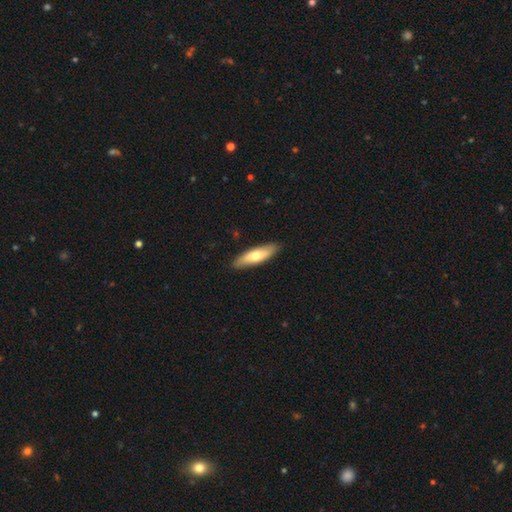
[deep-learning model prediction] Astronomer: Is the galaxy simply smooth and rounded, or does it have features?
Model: smooth — 62%.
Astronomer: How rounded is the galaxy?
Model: cigar-shaped — 59% (runner-up: in between, 39%).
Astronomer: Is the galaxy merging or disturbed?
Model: none — 88%.